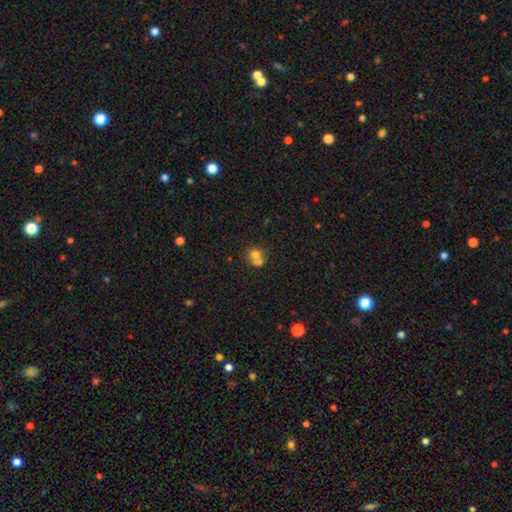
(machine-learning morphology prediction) Overall: smooth (69%). How rounded: round (70%). Merging: merger (59%; none 29%).